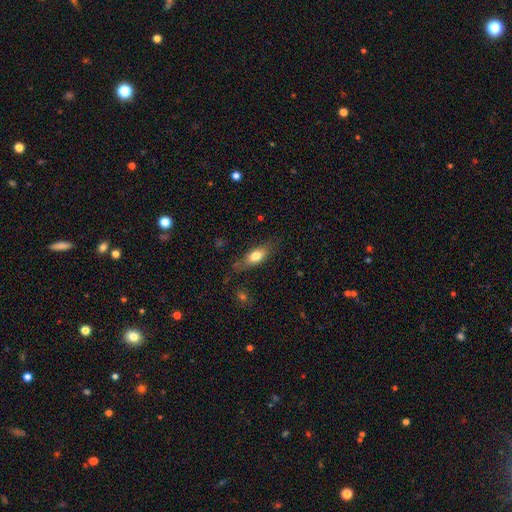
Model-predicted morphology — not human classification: type=smooth (74%); roundness=in between (73%); merging=none (69%).